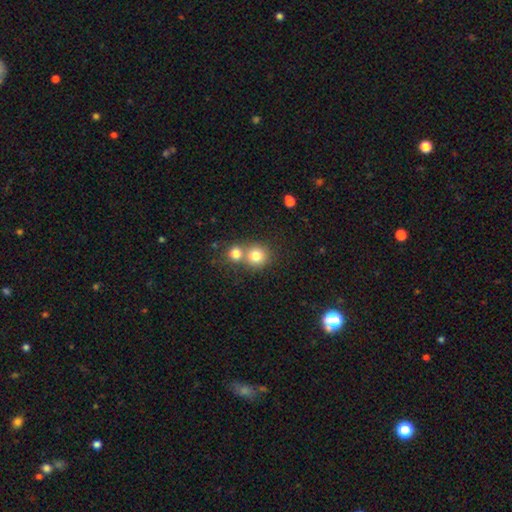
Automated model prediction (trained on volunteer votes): A smooth galaxy with no disk features (78%) that is round (89%). Merging: none (49%).